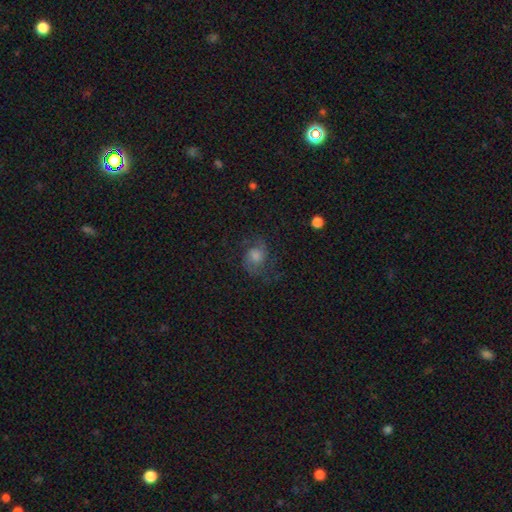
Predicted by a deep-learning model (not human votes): Q: Smooth or featured?
A: featured or disk (63%); runner-up: smooth (23%)
Q: Edge-on disk?
A: no (97%); runner-up: yes (3%)
Q: Bar?
A: no (68%); runner-up: weak (28%)
Q: Spiral arms?
A: yes (92%); runner-up: no (8%)
Q: Spiral winding?
A: medium (50%); runner-up: loose (32%)
Q: Spiral arm count?
A: 2 (82%); runner-up: can't tell (8%)
Q: Bulge size?
A: moderate (43%); runner-up: small (24%)
Q: Merging?
A: none (66%); runner-up: minor disturbance (18%)